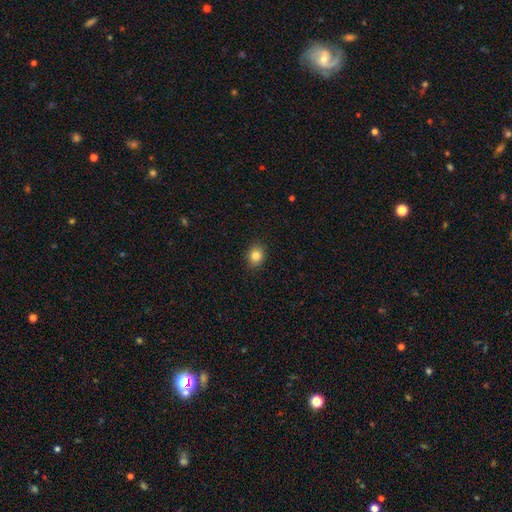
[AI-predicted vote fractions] smooth-or-featured: smooth: 83% | star or artifact: 11% | featured or disk: 6%
  how-rounded: round: 64% | in between: 35% | cigar-shaped: 1%
  merging: none: 90% | minor disturbance: 8% | major disturbance: 2% | merger: 1%